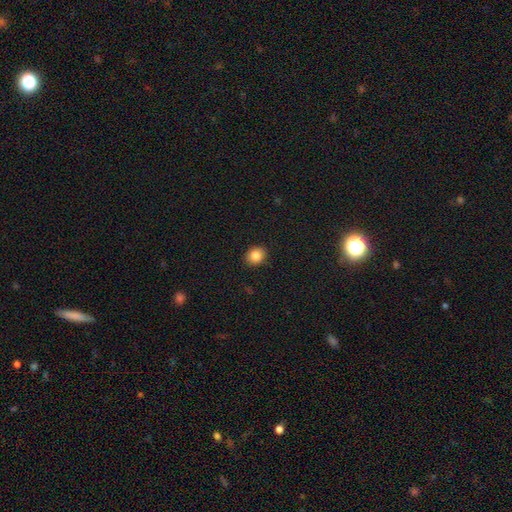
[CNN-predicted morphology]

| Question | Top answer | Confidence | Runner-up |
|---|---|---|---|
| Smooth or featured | smooth | 84% | star or artifact (10%) |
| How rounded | round | 62% | in between (37%) |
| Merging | none | 91% | minor disturbance (7%) |